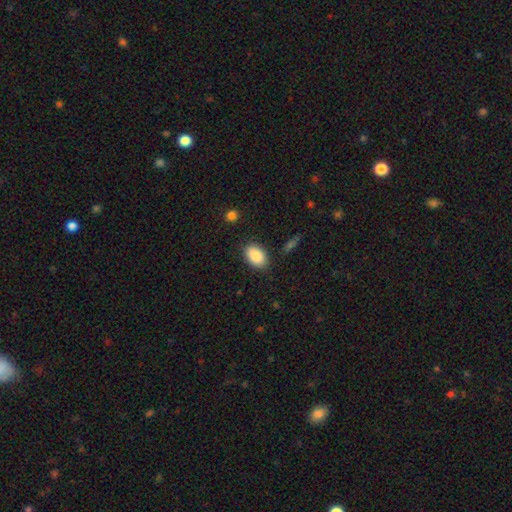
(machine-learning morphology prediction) A smooth galaxy with no disk features (88%) that is in between round and cigar-shaped (89%).

Vote fractions:
- Smooth or featured? smooth: 88% / star or artifact: 7% / featured or disk: 5%
- How rounded? in between: 89% / round: 10% / cigar-shaped: 1%
- Merging? none: 84% / minor disturbance: 11% / major disturbance: 3% / merger: 2%